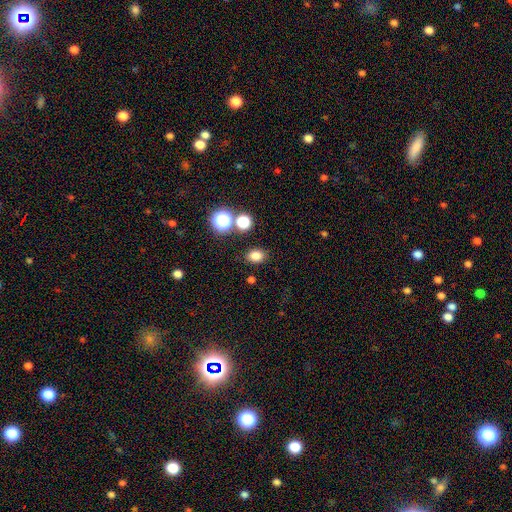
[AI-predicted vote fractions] smooth_or_featured: smooth (p=0.79) [alt: star or artifact p=0.15]
how_rounded: in between (p=0.60) [alt: round p=0.39]
merging: none (p=0.83) [alt: minor disturbance p=0.09]